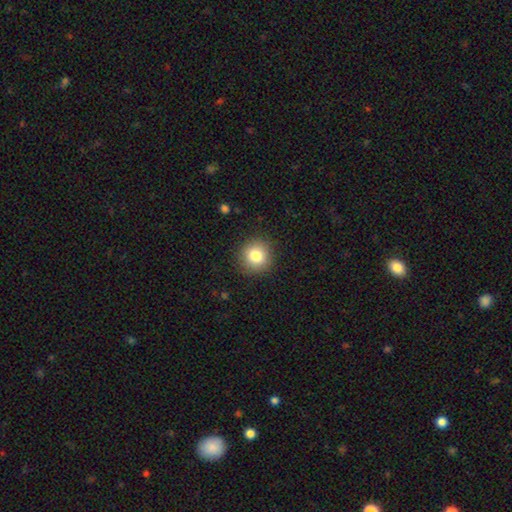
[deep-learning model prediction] smooth 82%, star or artifact 10%, featured or disk 8%. Down the decision tree: how rounded — round (92%); merging — none (89%).